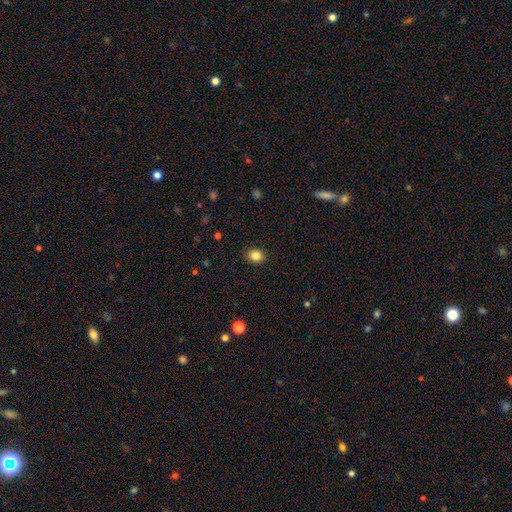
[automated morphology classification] This appears to be a smooth galaxy with no disk features (84%) that is round (53%). Merging: none (89%).